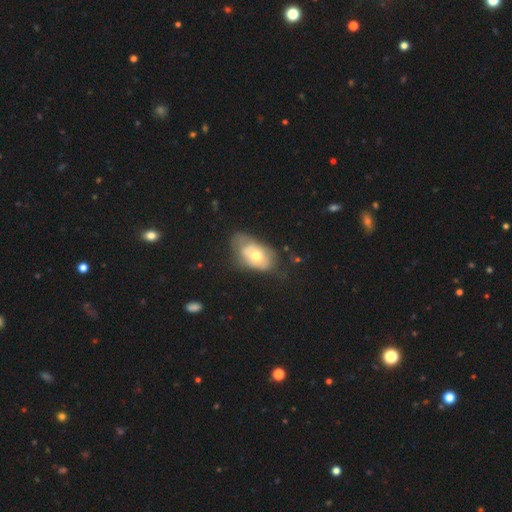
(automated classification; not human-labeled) Smooth or featured? smooth (48%)
Merging? none (41%)